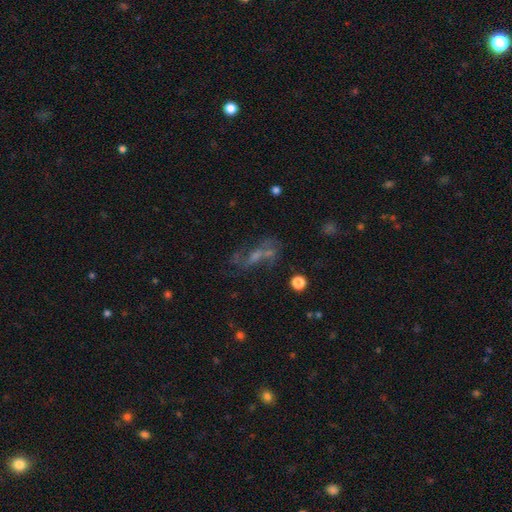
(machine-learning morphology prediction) Overall: featured or disk (51%; star or artifact 26%). Edge-on disk: no (86%). Merging: none (52%; major disturbance 18%).